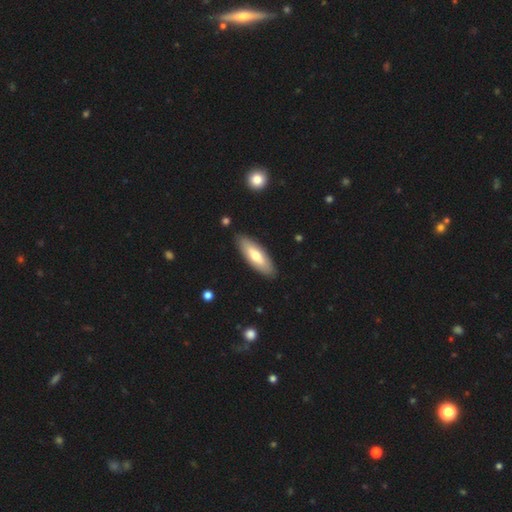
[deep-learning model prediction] Smooth or featured: smooth — 65% (featured or disk — 31%)
How rounded: in between — 59% (cigar-shaped — 39%)
Merging: none — 88% (minor disturbance — 9%)